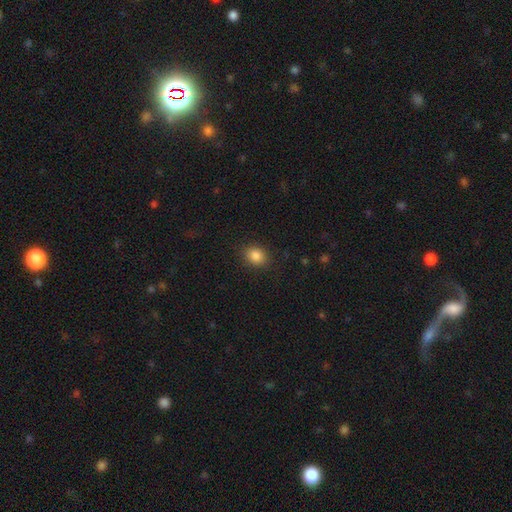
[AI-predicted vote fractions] smooth-or-featured: smooth: 85% | star or artifact: 10% | featured or disk: 4%
  how-rounded: round: 55% | in between: 44% | cigar-shaped: 1%
  merging: none: 86% | minor disturbance: 10% | major disturbance: 3% | merger: 1%